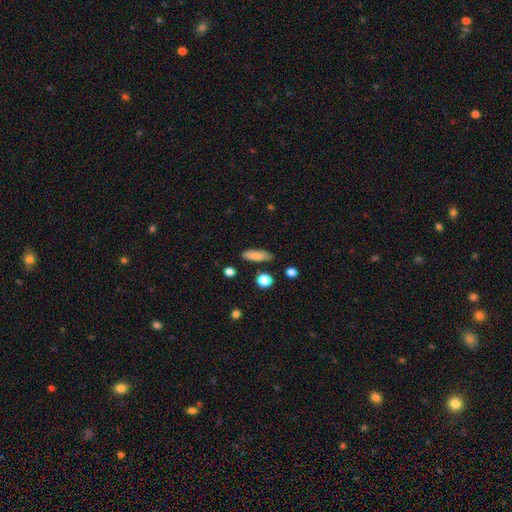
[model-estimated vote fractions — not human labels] Morphology: type=smooth (80%); roundness=in between (54%); merging=none (81%).